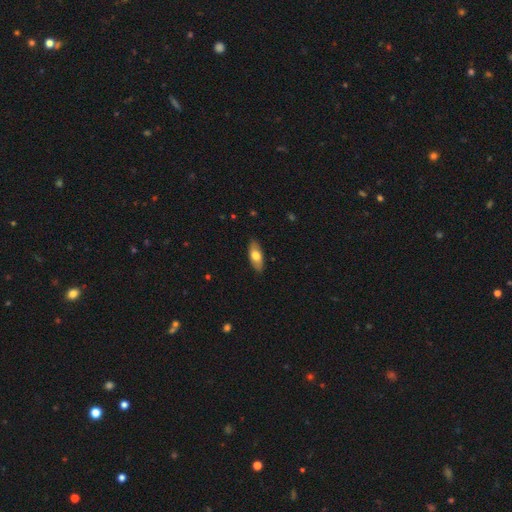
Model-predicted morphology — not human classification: smooth-or-featured: smooth: 69% | featured or disk: 25% | star or artifact: 6%
  how-rounded: in between: 82% | cigar-shaped: 16% | round: 3%
  merging: none: 87% | minor disturbance: 10% | major disturbance: 2% | merger: 1%